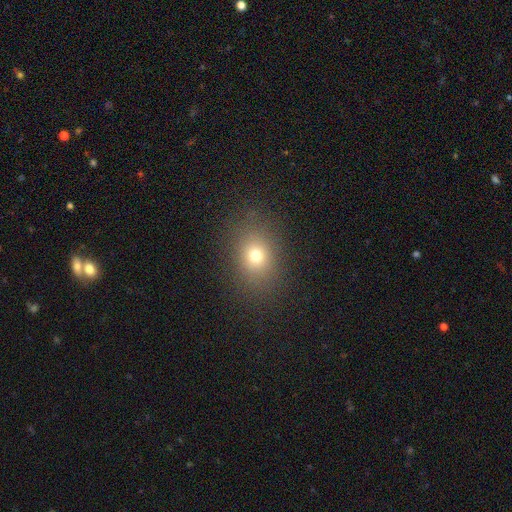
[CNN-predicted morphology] Q: Smooth or featured?
A: smooth (72%); runner-up: star or artifact (16%)
Q: How rounded?
A: in between (53%); runner-up: round (45%)
Q: Merging?
A: none (84%); runner-up: minor disturbance (10%)